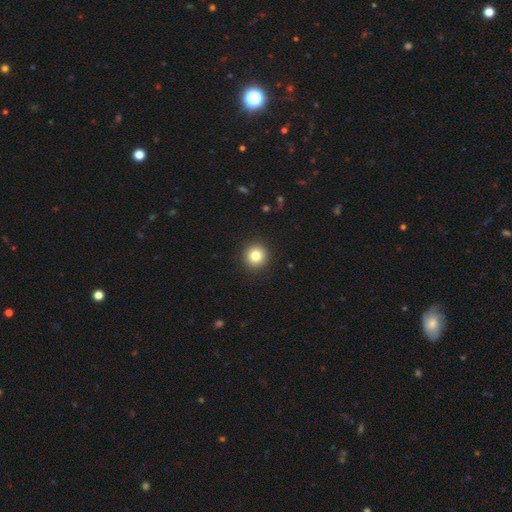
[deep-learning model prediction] Smooth or featured?
  - smooth: 81% *
  - star or artifact: 11%
  - featured or disk: 8%
How rounded?
  - round: 95% *
  - in between: 4%
  - cigar-shaped: 1%
Merging?
  - none: 93% *
  - minor disturbance: 4%
  - major disturbance: 2%
  - merger: 1%